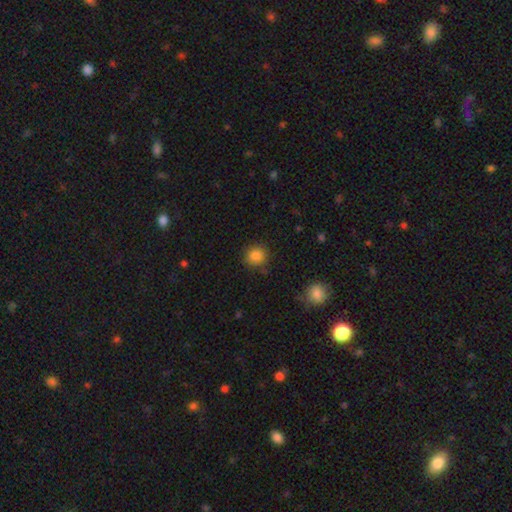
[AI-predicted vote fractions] This is clearly a smooth galaxy (86%). How rounded: clearly round (89%). Merging: clearly none (85%).